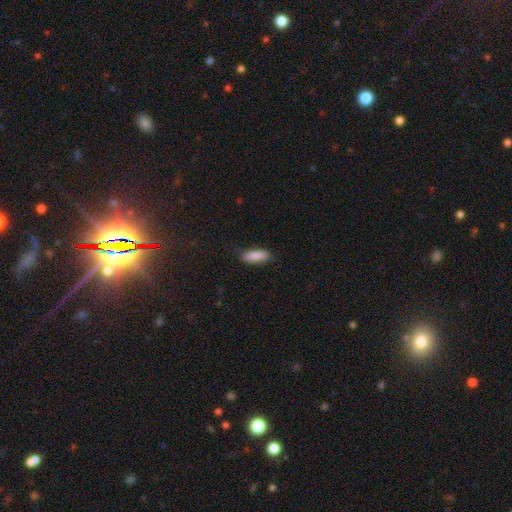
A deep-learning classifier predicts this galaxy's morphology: smooth 86%, featured or disk 7%, star or artifact 7%. Down the decision tree: how rounded — in between (68%); merging — none (83%).